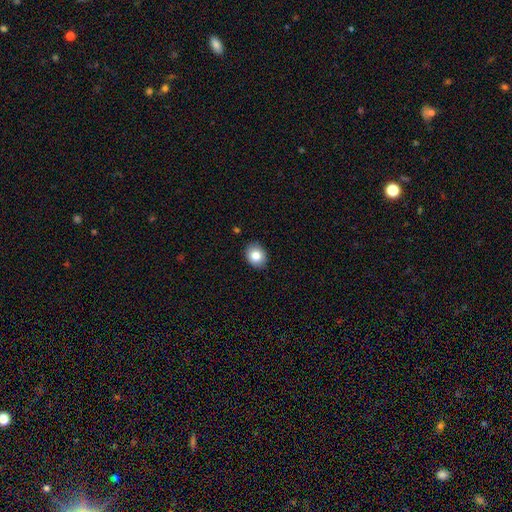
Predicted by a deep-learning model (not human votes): smooth_or_featured: smooth (p=0.83) [alt: star or artifact p=0.09]
how_rounded: in between (p=0.50) [alt: round p=0.49]
merging: none (p=0.88) [alt: minor disturbance p=0.09]